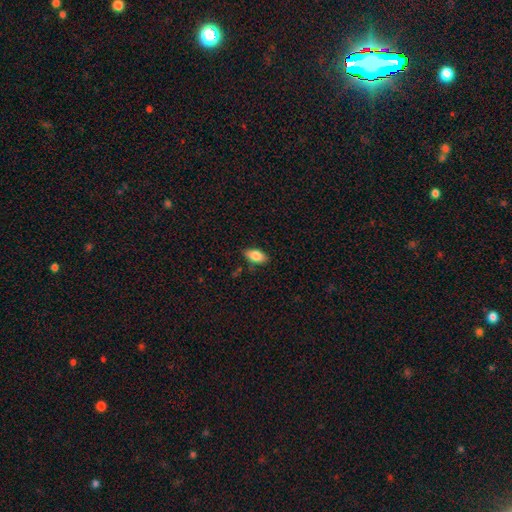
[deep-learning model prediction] Smooth or featured? Predicted: smooth (p=0.82). How rounded? Predicted: in between (p=0.91). Merging? Predicted: none (p=0.83).